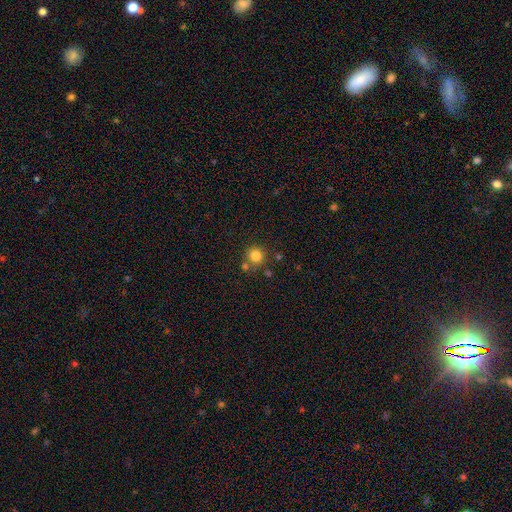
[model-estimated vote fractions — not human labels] This appears to be a smooth galaxy with no disk features (82%) that is round (92%). Merging: none (74%).